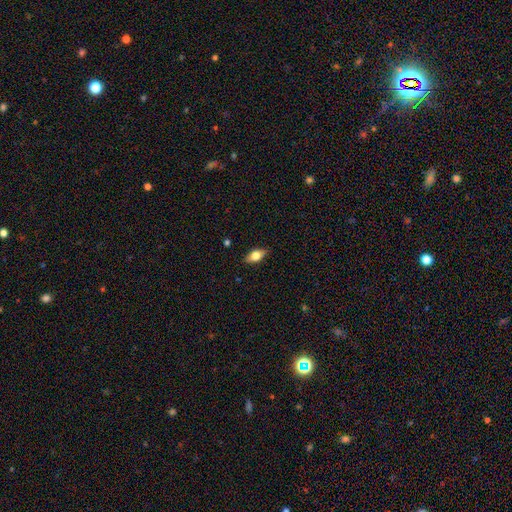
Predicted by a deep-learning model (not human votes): This appears to be a smooth galaxy with no disk features (71%) that is in between round and cigar-shaped (86%). Merging: none (87%).